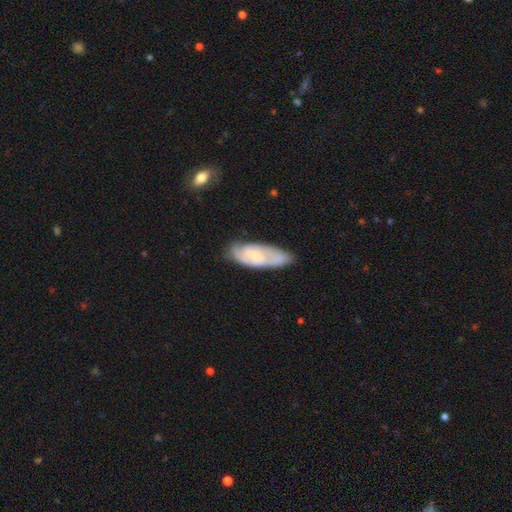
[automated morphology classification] This appears to be a featured or disk galaxy (58%) with no bar (59%), spiral arms (79%) and a small central bulge (66%). Merging: none (66%).